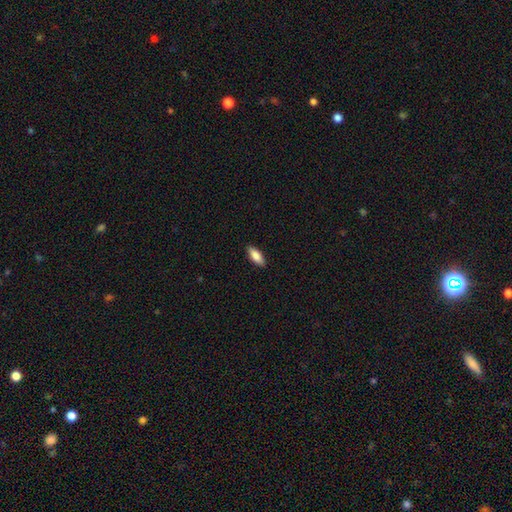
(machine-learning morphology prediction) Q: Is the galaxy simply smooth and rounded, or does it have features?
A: smooth — 82%.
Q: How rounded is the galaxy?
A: in between — 77%.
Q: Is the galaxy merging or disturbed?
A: none — 89%.